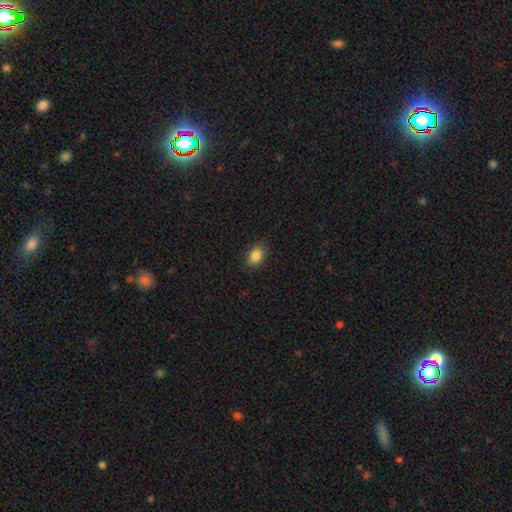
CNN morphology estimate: Overall: smooth (86%). How rounded: in between (75%). Merging: none (87%).